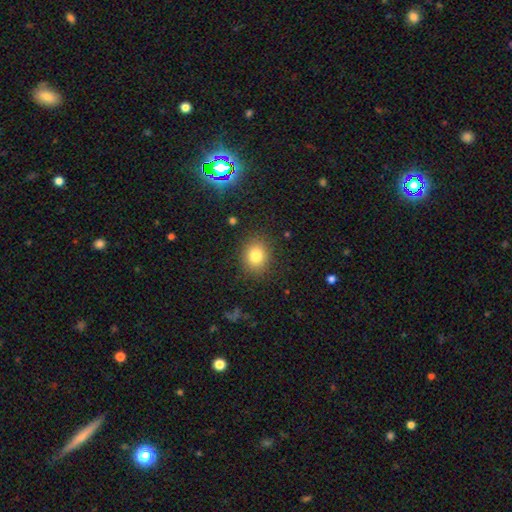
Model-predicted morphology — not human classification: Smooth or featured? Predicted: smooth (p=0.81). How rounded? Predicted: round (p=0.66). Merging? Predicted: none (p=0.87).